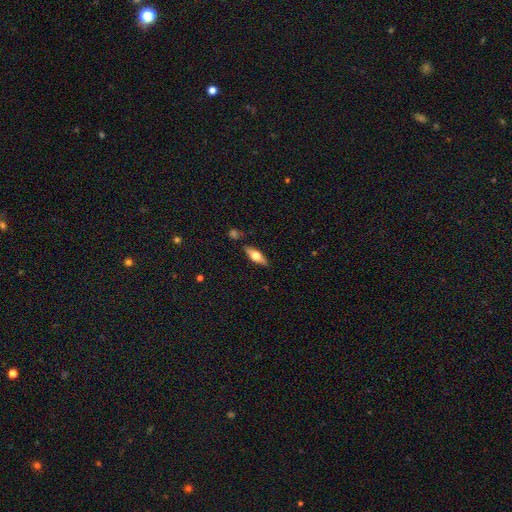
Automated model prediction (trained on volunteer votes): Morphology: type=smooth (48%); merging=none (83%).